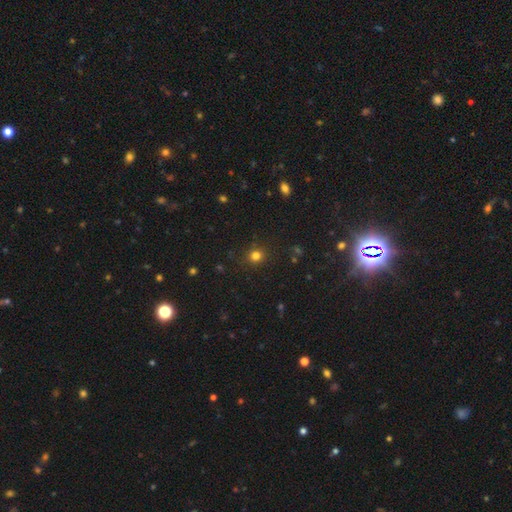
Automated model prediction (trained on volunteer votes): Q: Smooth or featured?
A: smooth (79%); runner-up: star or artifact (16%)
Q: How rounded?
A: round (88%); runner-up: in between (11%)
Q: Merging?
A: none (88%); runner-up: minor disturbance (8%)